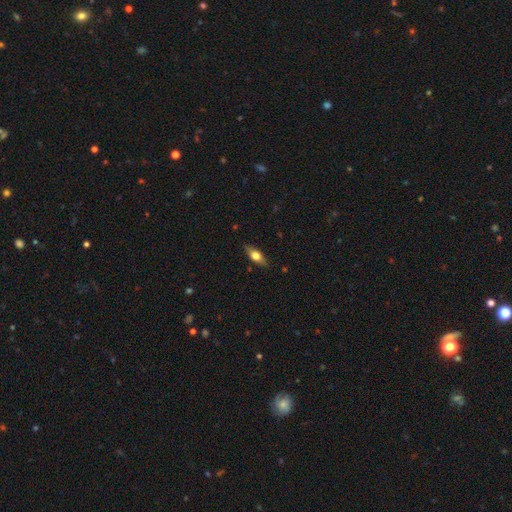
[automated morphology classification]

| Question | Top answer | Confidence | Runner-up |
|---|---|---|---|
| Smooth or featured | smooth | 60% | featured or disk (33%) |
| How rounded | in between | 73% | cigar-shaped (23%) |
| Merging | none | 83% | minor disturbance (13%) |